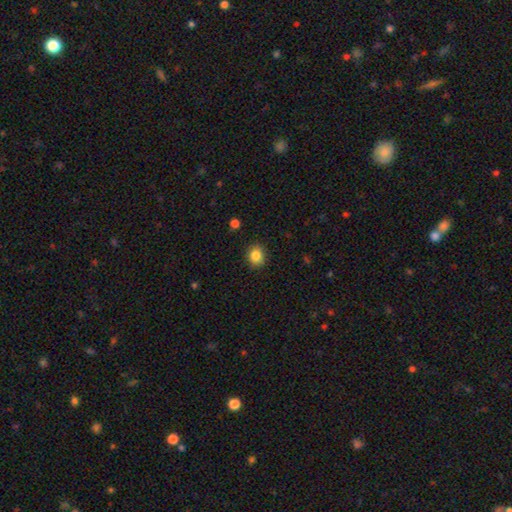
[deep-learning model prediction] Morphology: type=smooth (85%); roundness=round (69%); merging=none (88%).